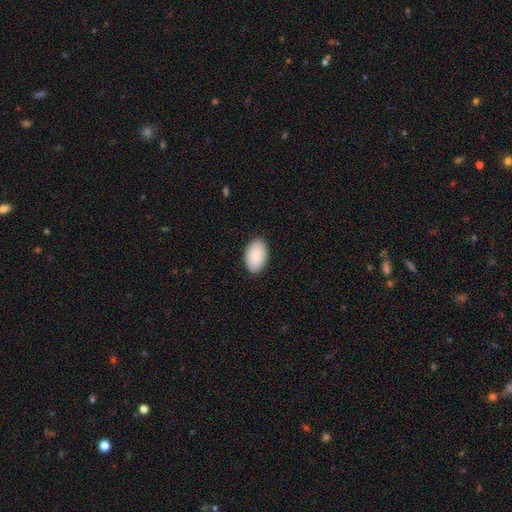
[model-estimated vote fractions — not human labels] Overall: smooth (87%). How rounded: in between (93%). Merging: none (88%).